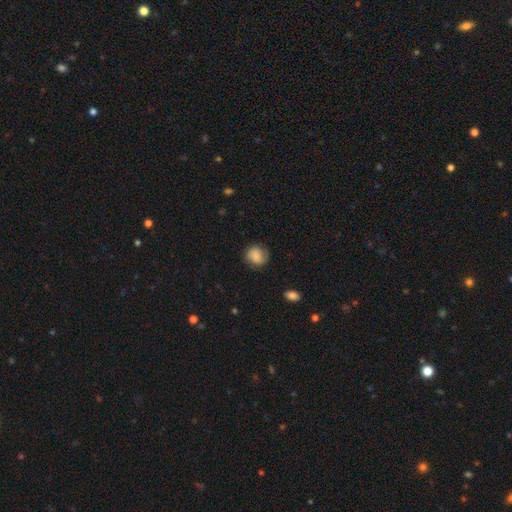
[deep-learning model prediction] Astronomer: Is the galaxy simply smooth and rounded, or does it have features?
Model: smooth — 83%.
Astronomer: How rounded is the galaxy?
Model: round — 76%.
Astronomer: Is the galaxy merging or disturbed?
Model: none — 74%.